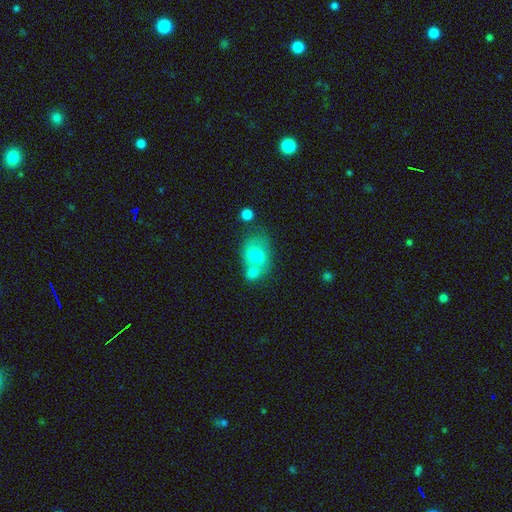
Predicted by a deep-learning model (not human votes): Smooth or featured? smooth (72%)
How rounded? in between (62%)
Merging? merger (51%)